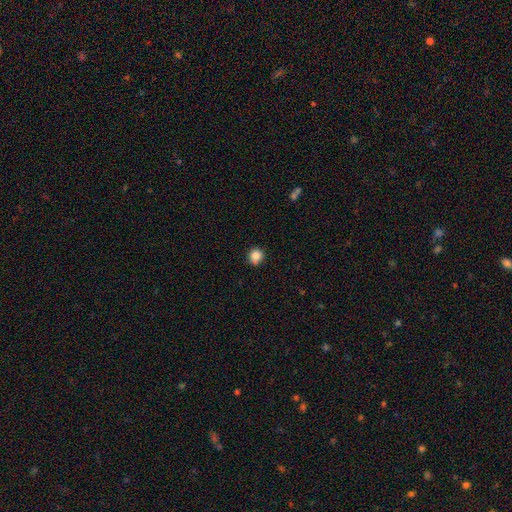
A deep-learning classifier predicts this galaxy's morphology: The model was most divided on "merging": none: 81%, minor disturbance: 13%, merger: 3%, major disturbance: 2%. More confident: how rounded — round (89%); smooth or featured — smooth (84%).